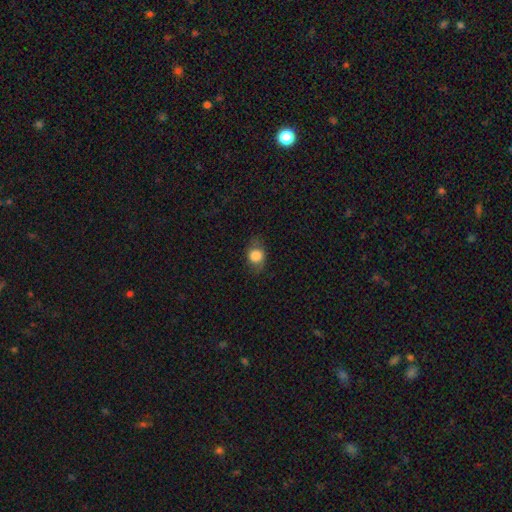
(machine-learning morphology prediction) smooth 79%, featured or disk 12%, star or artifact 9%. Down the decision tree: how rounded — round (56%); merging — none (72%).